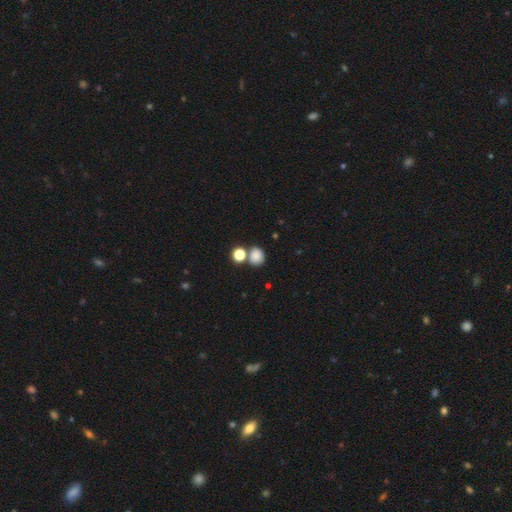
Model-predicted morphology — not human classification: Smooth or featured: smooth — 83% (star or artifact — 12%)
How rounded: round — 69% (in between — 30%)
Merging: none — 61% (merger — 25%)